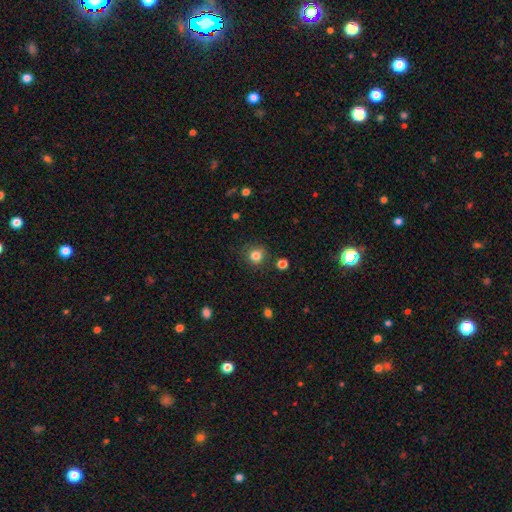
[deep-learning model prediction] The model was most divided on "merging": none: 81%, minor disturbance: 12%, major disturbance: 3%, merger: 3%. More confident: how rounded — round (85%); smooth or featured — smooth (82%).